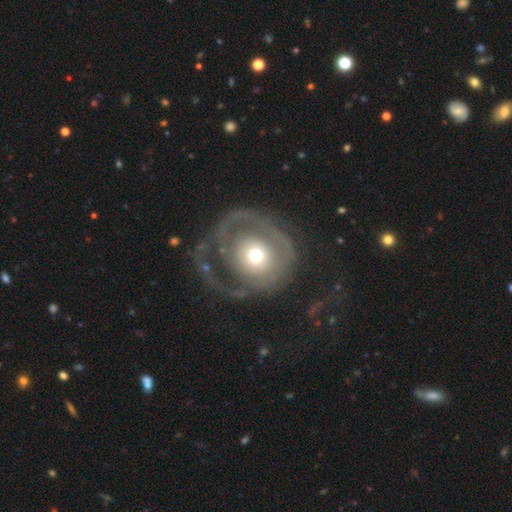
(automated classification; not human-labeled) Smooth or featured?
  - featured or disk: 61% *
  - smooth: 32%
  - star or artifact: 7%
Edge-on disk?
  - no: 96% *
  - yes: 4%
Bar?
  - no: 85% *
  - weak: 11%
  - strong: 4%
Spiral arms?
  - yes: 51% *
  - no: 49%
Bulge size?
  - moderate: 54% *
  - small: 30%
  - large: 12%
  - dominant: 3%
  - none: 1%
Merging?
  - major disturbance: 49% *
  - none: 33%
  - minor disturbance: 15%
  - merger: 3%